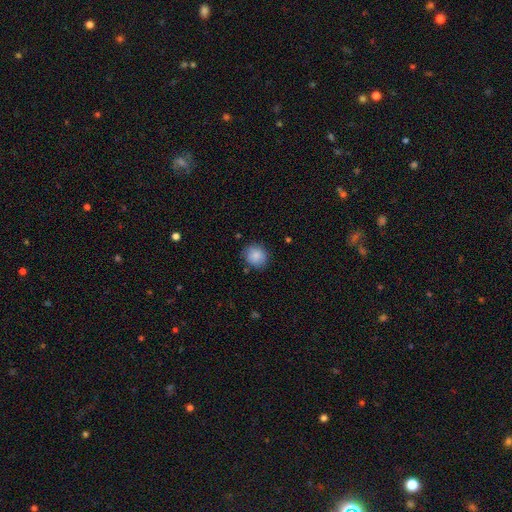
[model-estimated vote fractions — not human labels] smooth 87%, star or artifact 7%, featured or disk 6%. Down the decision tree: how rounded — round (79%); merging — none (79%).